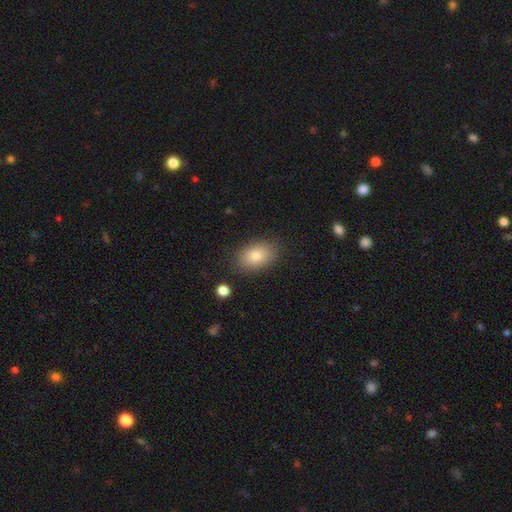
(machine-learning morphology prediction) smooth-or-featured: smooth: 81% | featured or disk: 10% | star or artifact: 8%
  how-rounded: in between: 88% | round: 11% | cigar-shaped: 1%
  merging: none: 85% | minor disturbance: 10% | major disturbance: 3% | merger: 2%